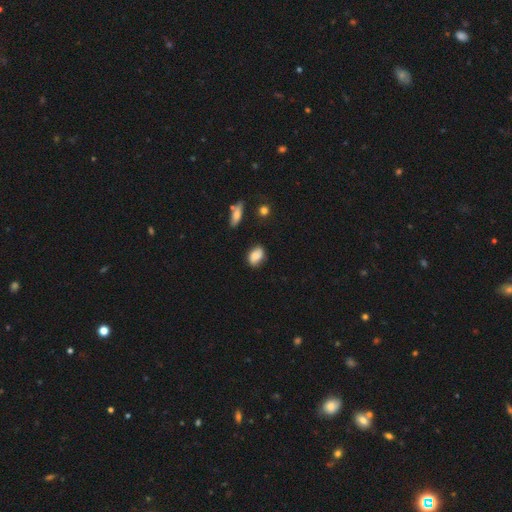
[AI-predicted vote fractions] Q: Smooth or featured?
A: smooth (77%); runner-up: featured or disk (15%)
Q: How rounded?
A: in between (83%); runner-up: round (15%)
Q: Merging?
A: none (74%); runner-up: minor disturbance (19%)